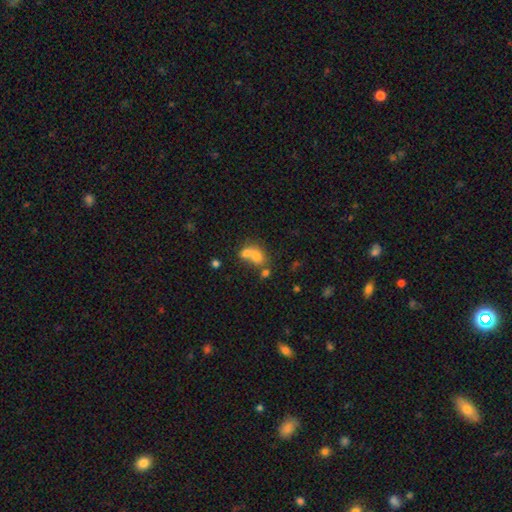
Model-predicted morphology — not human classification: A smooth galaxy with no disk features (70%) that is round (52%).

Vote fractions:
- Smooth or featured? smooth: 70% / featured or disk: 18% / star or artifact: 12%
- How rounded? round: 52% / in between: 47% / cigar-shaped: 1%
- Merging? merger: 65% / none: 24% / minor disturbance: 7% / major disturbance: 4%